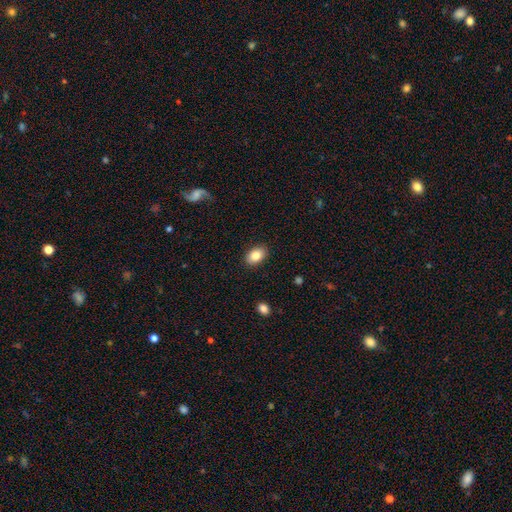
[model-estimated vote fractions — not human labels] A smooth galaxy with no disk features (84%) that is in between round and cigar-shaped (87%).

Vote fractions:
- Smooth or featured? smooth: 84% / star or artifact: 8% / featured or disk: 8%
- How rounded? in between: 87% / round: 12% / cigar-shaped: 1%
- Merging? none: 88% / minor disturbance: 9% / major disturbance: 2% / merger: 1%